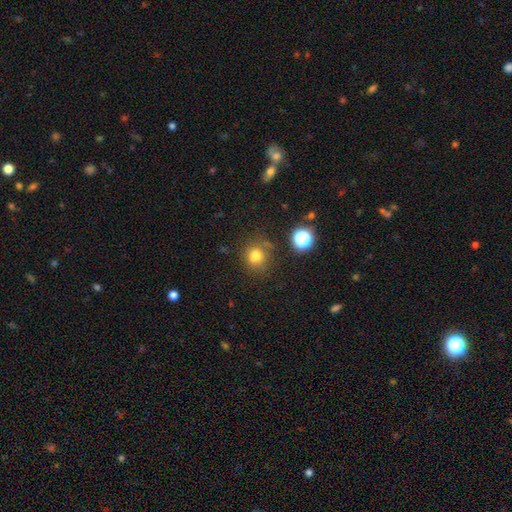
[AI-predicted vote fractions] Q: Smooth or featured?
A: smooth (77%); runner-up: star or artifact (17%)
Q: How rounded?
A: round (85%); runner-up: in between (14%)
Q: Merging?
A: none (76%); runner-up: minor disturbance (14%)